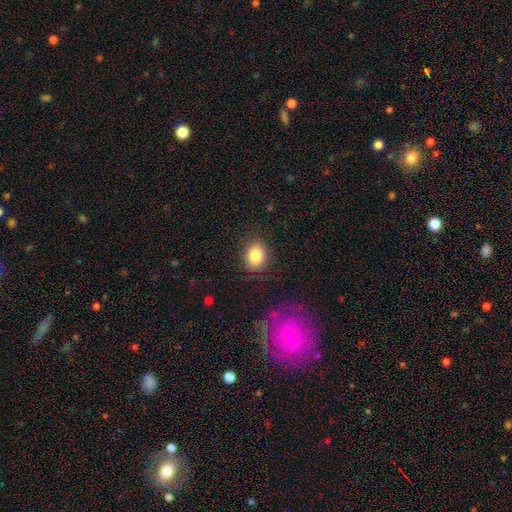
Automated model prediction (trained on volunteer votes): Smooth or featured? Predicted: smooth (p=0.84). How rounded? Predicted: in between (p=0.57). Merging? Predicted: none (p=0.85).